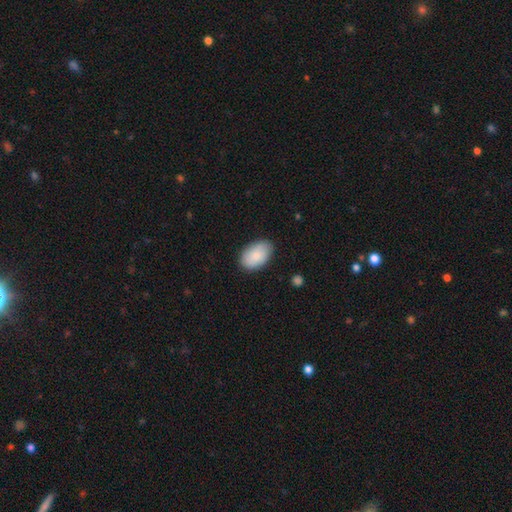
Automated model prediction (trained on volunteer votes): Smooth or featured: smooth — 85% (featured or disk — 9%)
How rounded: in between — 92% (round — 7%)
Merging: none — 84% (minor disturbance — 13%)